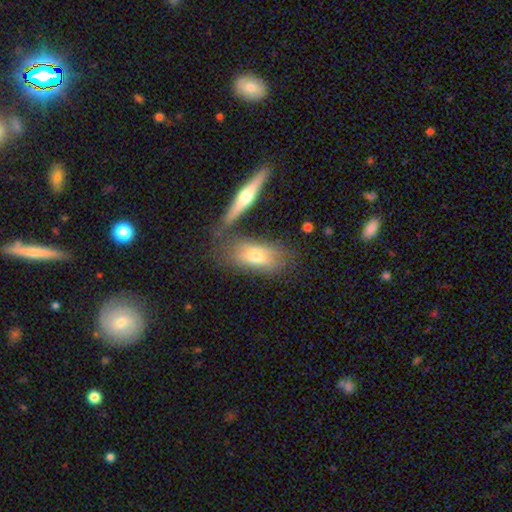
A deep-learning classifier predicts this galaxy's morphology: smooth-or-featured: smooth: 54% | featured or disk: 38% | star or artifact: 8%
  how-rounded: in between: 73% | cigar-shaped: 23% | round: 4%
  merging: none: 60% | minor disturbance: 17% | merger: 16% | major disturbance: 7%